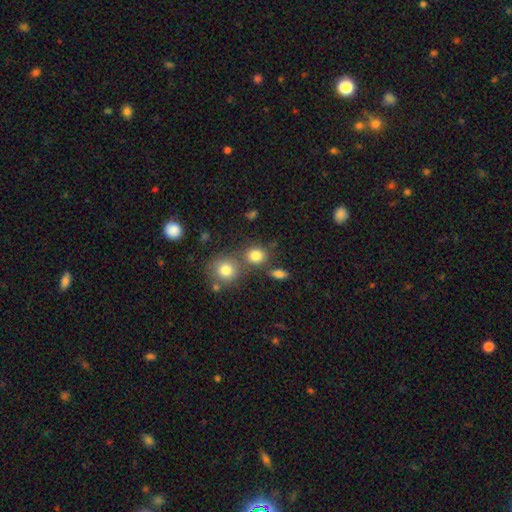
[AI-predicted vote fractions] Morphology: type=smooth (80%); roundness=round (74%); merging=none (61%).